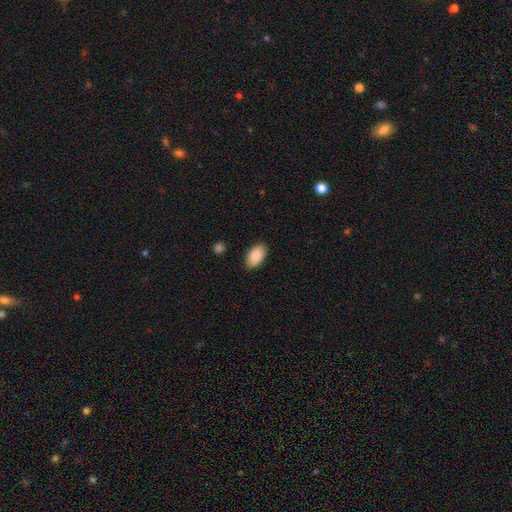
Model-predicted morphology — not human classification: The model was most divided on "merging": none: 87%, minor disturbance: 10%, major disturbance: 2%, merger: 1%. More confident: how rounded — in between (95%); smooth or featured — smooth (90%).